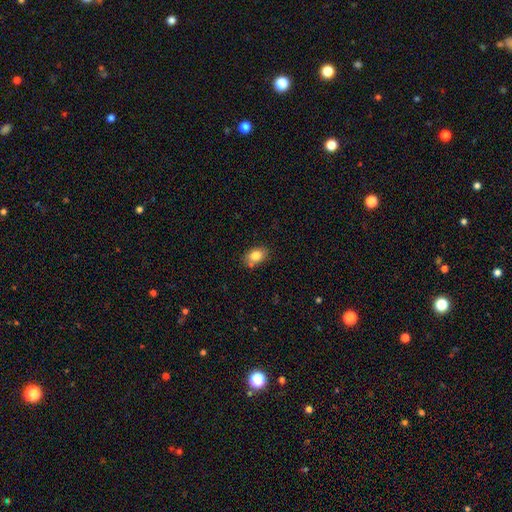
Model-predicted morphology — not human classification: A smooth galaxy with no disk features (82%) that is in between round and cigar-shaped (79%). Merging: none (74%).